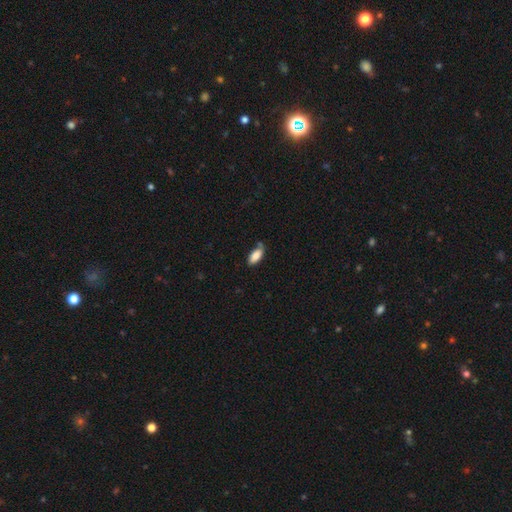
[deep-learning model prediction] Overall: smooth (85%). How rounded: in between (88%). Merging: none (68%).